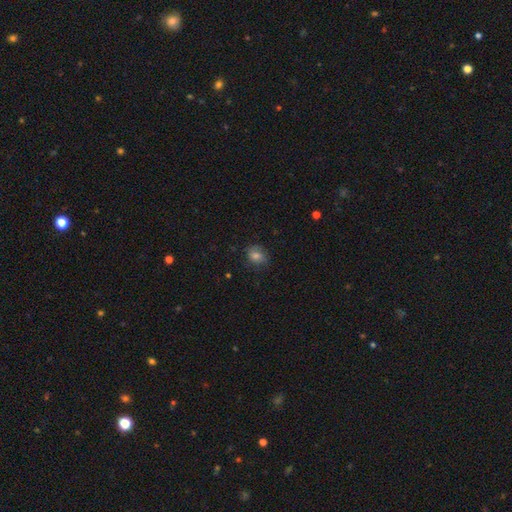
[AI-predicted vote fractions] This appears to be a smooth galaxy with no disk features (71%) that is round (54%). Merging: none (74%).